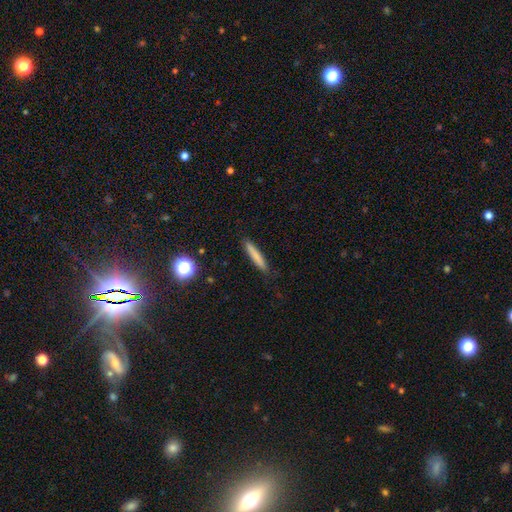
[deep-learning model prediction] Morphology: type=smooth (79%); roundness=cigar-shaped (93%); merging=none (89%).